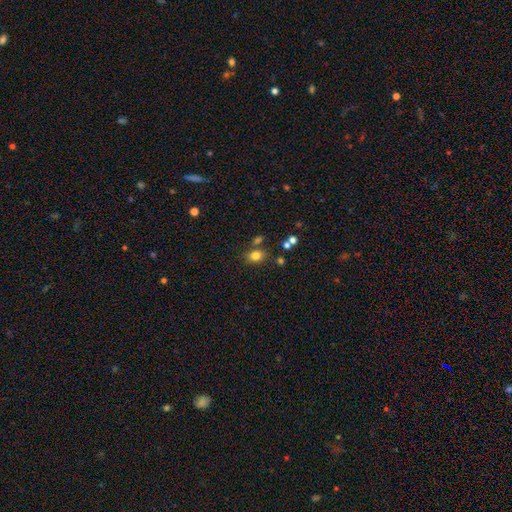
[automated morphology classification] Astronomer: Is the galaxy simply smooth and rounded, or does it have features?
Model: smooth — 79%.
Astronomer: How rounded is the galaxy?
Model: in between — 60% (runner-up: round, 39%).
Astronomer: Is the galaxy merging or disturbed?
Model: none — 69%.